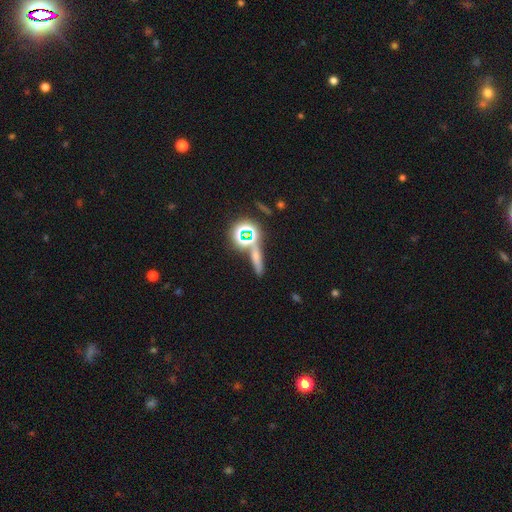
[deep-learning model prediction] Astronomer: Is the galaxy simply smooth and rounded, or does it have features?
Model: smooth — 48% (runner-up: star or artifact, 34%).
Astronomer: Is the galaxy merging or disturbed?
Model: none — 69%.